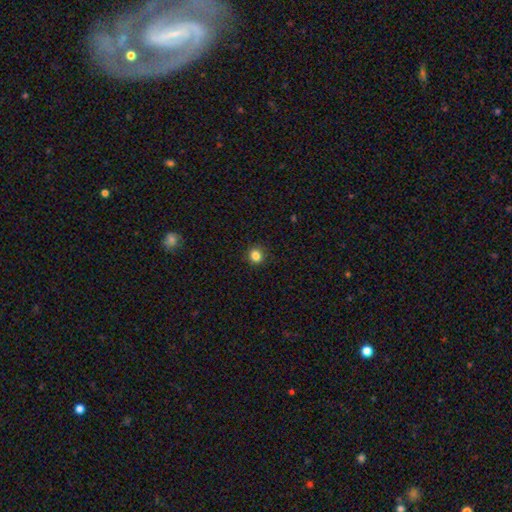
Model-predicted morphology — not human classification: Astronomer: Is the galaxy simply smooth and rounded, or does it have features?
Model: smooth — 84%.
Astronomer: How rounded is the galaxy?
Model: round — 86%.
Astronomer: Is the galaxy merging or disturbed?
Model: none — 88%.